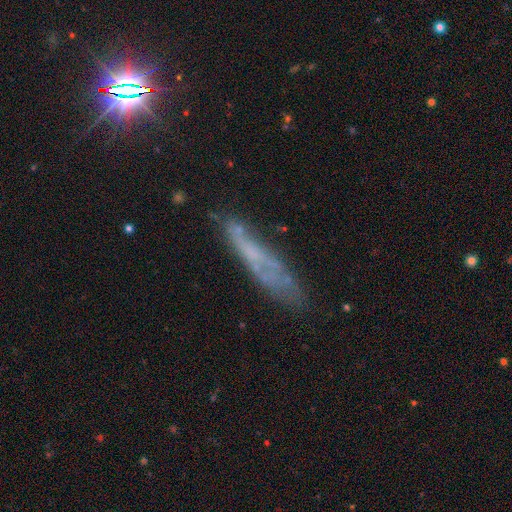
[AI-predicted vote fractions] A featured or disk galaxy (48%).

Vote fractions:
- Smooth or featured? featured or disk: 48% / smooth: 35% / star or artifact: 16%
- Merging? none: 63% / minor disturbance: 24% / major disturbance: 10% / merger: 3%